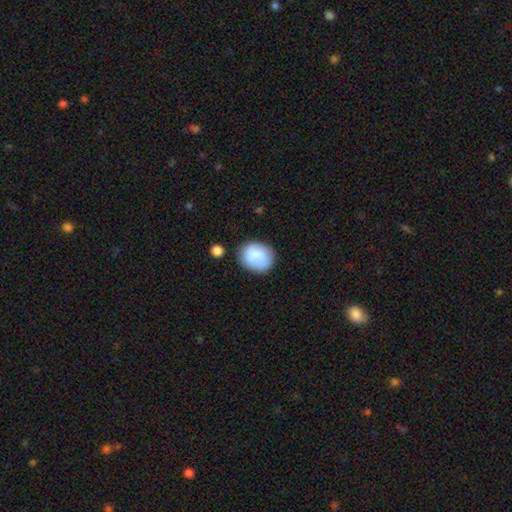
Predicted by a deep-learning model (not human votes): smooth-or-featured: smooth: 83% | featured or disk: 10% | star or artifact: 7%
  how-rounded: round: 62% | in between: 37% | cigar-shaped: 1%
  merging: none: 71% | minor disturbance: 18% | major disturbance: 5% | merger: 5%